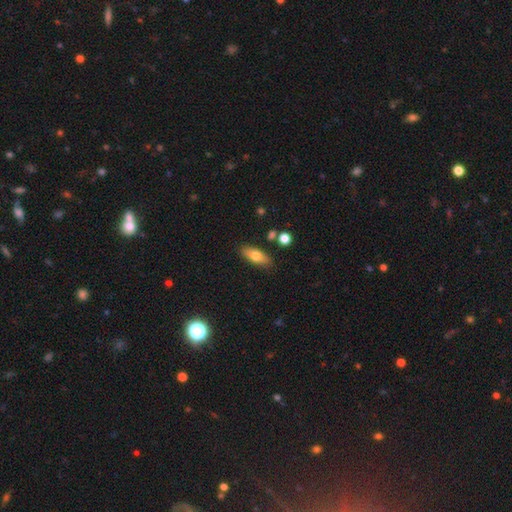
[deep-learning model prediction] smooth 71%, featured or disk 21%, star or artifact 7%. Down the decision tree: how rounded — in between (73%); merging — none (84%).